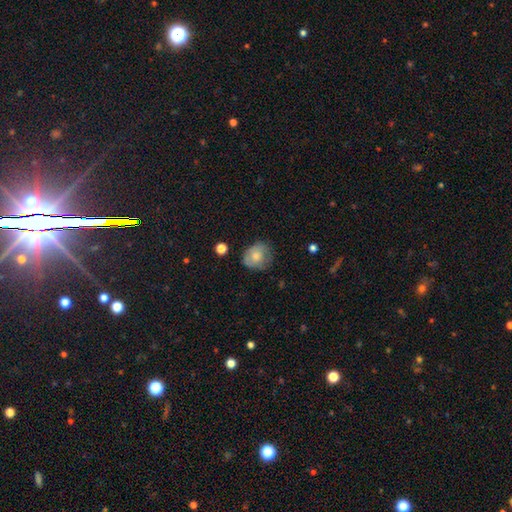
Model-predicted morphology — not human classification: This appears to be a smooth galaxy with no disk features (73%) that is round (69%). Merging: none (62%).